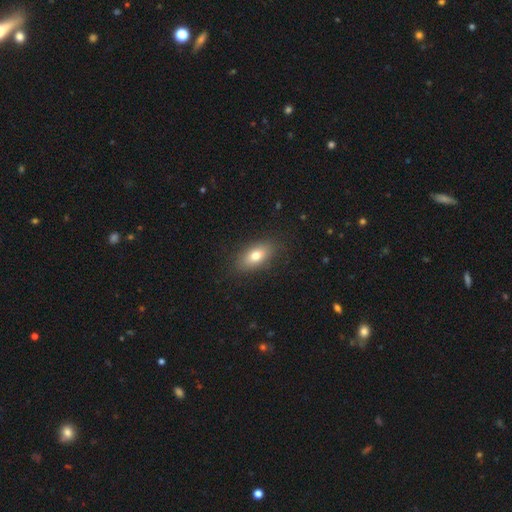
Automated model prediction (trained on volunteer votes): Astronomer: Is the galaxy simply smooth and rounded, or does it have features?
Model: smooth — 76%.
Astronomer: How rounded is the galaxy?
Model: in between — 85%.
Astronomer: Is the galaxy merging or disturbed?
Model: none — 85%.